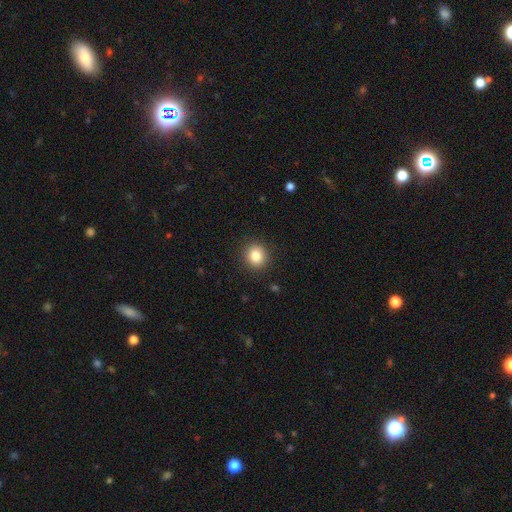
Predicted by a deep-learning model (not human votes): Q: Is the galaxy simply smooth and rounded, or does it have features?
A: smooth — 84%.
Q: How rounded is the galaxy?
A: round — 86%.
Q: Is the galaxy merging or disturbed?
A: none — 90%.